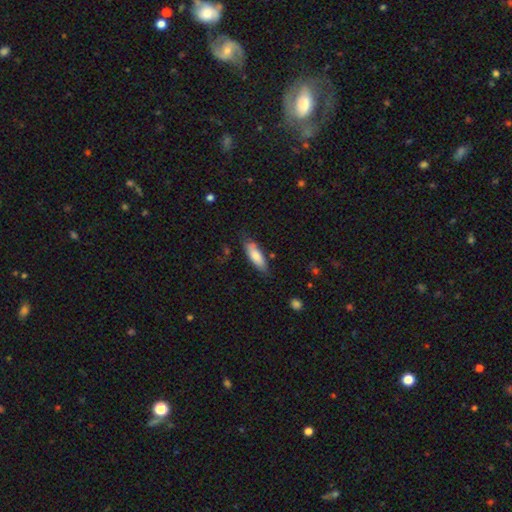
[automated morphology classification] This is likely a smooth galaxy (79%). How rounded: possibly in between (55%). Merging: likely none (70%).